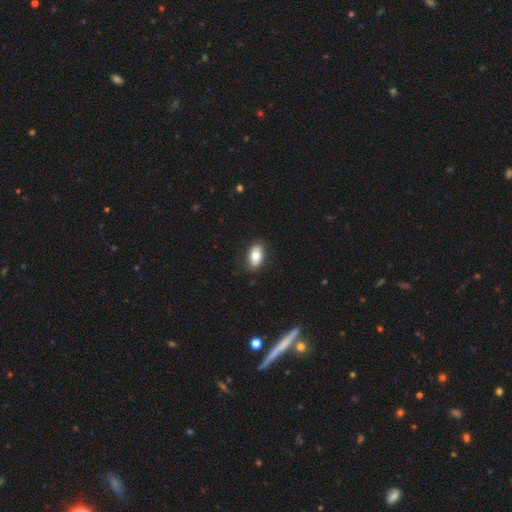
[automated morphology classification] type=smooth (76%); roundness=in between (90%); merging=none (85%).